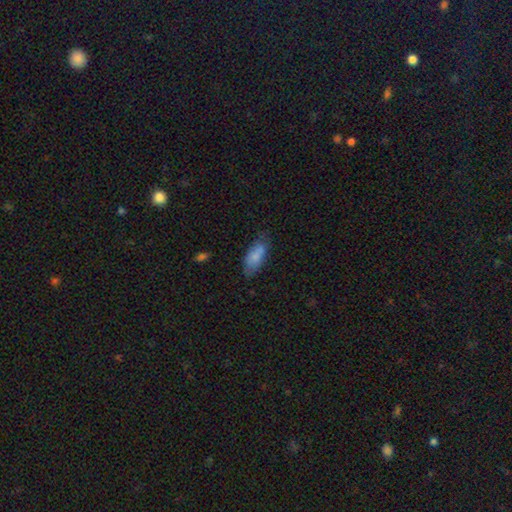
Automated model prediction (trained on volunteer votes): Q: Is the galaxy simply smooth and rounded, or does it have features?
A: smooth — 80%.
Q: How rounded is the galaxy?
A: in between — 83%.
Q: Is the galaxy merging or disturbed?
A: none — 62%.